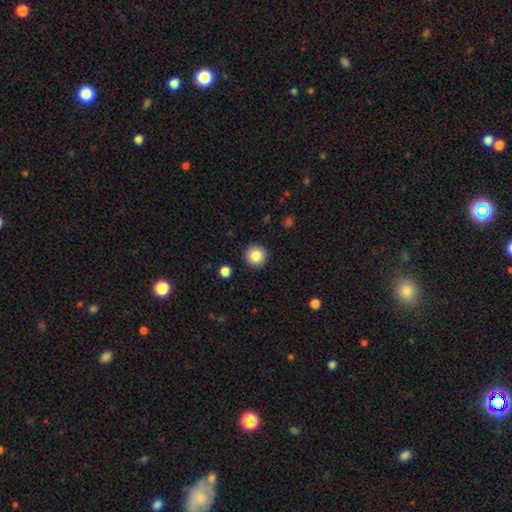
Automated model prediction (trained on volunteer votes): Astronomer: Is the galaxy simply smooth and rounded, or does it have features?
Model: smooth — 85%.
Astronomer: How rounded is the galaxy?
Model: round — 95%.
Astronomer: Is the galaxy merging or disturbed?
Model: none — 92%.